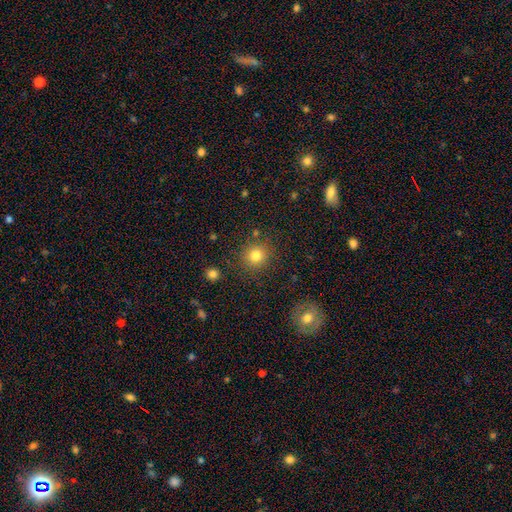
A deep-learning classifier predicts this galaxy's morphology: Smooth or featured?
  - smooth: 82% *
  - star or artifact: 12%
  - featured or disk: 6%
How rounded?
  - round: 90% *
  - in between: 9%
  - cigar-shaped: 1%
Merging?
  - none: 87% *
  - minor disturbance: 7%
  - major disturbance: 3%
  - merger: 3%